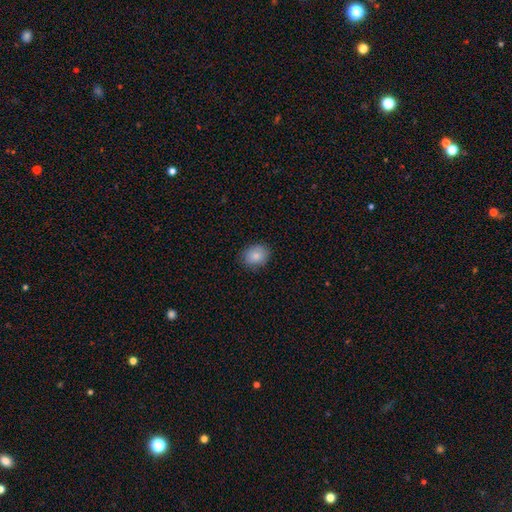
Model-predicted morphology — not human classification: Smooth or featured: smooth — 85% (star or artifact — 8%)
How rounded: round — 56% (in between — 44%)
Merging: none — 85% (minor disturbance — 11%)